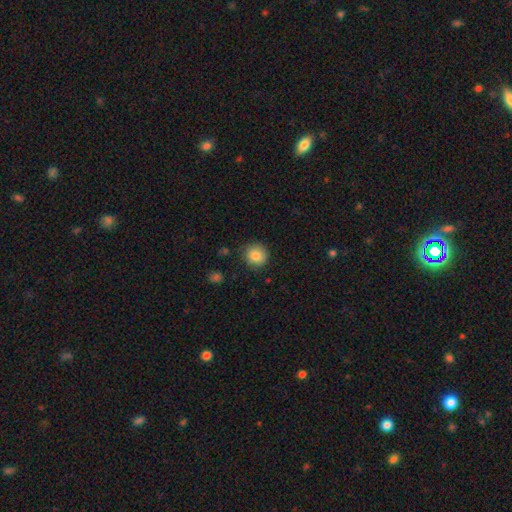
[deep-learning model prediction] Smooth or featured? Predicted: smooth (p=0.84). How rounded? Predicted: round (p=0.91). Merging? Predicted: none (p=0.85).